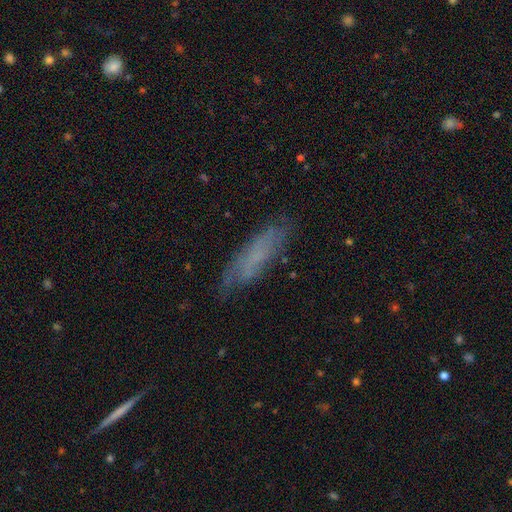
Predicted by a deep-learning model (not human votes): smooth-or-featured: smooth: 52% | featured or disk: 37% | star or artifact: 11%
  how-rounded: cigar-shaped: 64% | in between: 34% | round: 2%
  merging: none: 73% | minor disturbance: 20% | major disturbance: 6% | merger: 2%